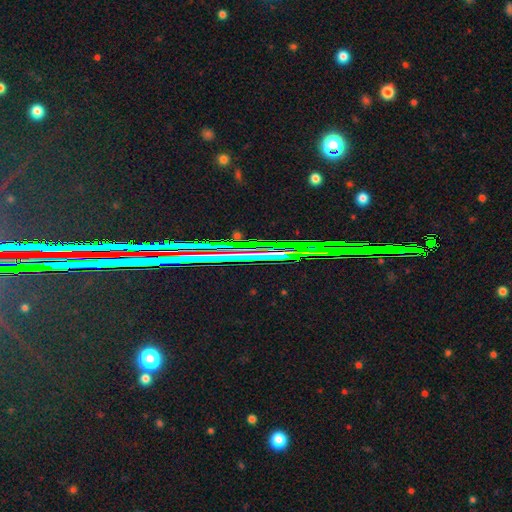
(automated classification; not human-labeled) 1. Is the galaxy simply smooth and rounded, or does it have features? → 74% star or artifact, 14% featured or disk, 12% smooth.